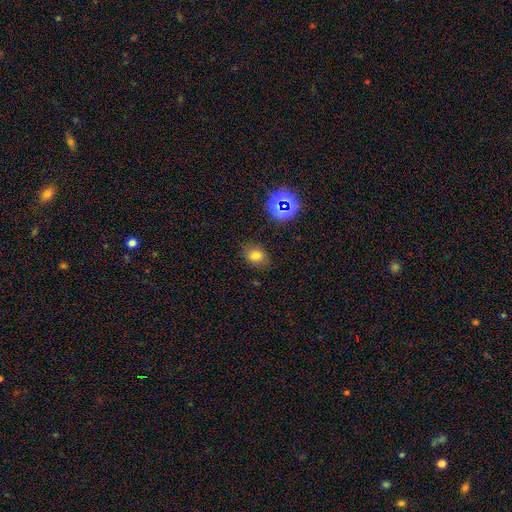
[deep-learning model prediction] Morphology: type=smooth (73%); roundness=in between (50%); merging=none (82%).